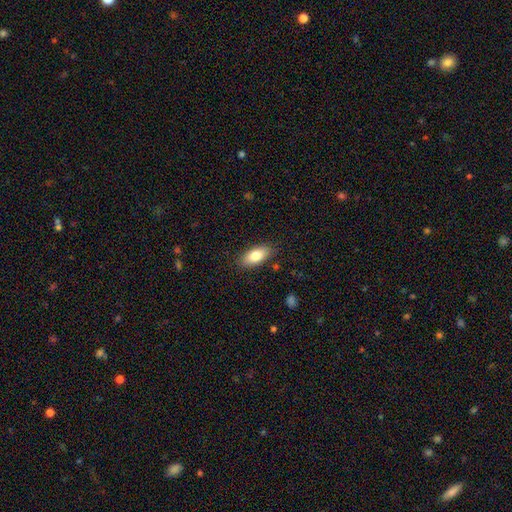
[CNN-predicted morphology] This appears to be a smooth galaxy with no disk features (82%) that is in between round and cigar-shaped (88%). Merging: none (86%).